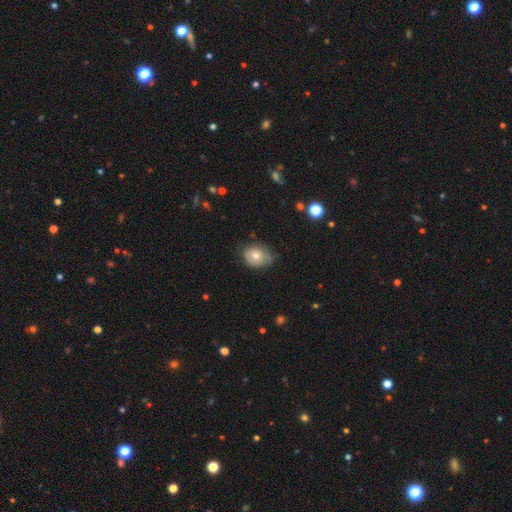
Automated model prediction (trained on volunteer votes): Smooth or featured? Predicted: smooth (p=0.60). How rounded? Predicted: round (p=0.50). Merging? Predicted: none (p=0.64).